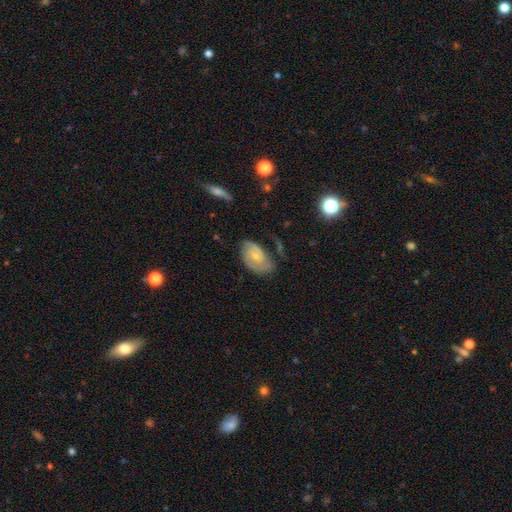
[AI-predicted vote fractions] Smooth or featured: featured or disk — 68% (smooth — 26%)
Edge-on disk: no — 96% (yes — 4%)
Bar: no — 54% (weak — 39%)
Spiral arms: yes — 87% (no — 13%)
Spiral winding: tight — 51% (medium — 36%)
Spiral arm count: 2 — 59% (can't tell — 21%)
Bulge size: small — 61% (moderate — 33%)
Merging: none — 52% (minor disturbance — 27%)